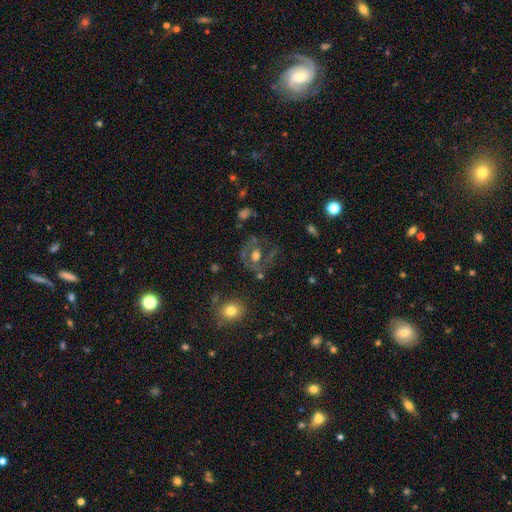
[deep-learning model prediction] This appears to be a featured or disk galaxy (54%) with no bar (78%), no spiral arms (71%) and a moderate central bulge (66%). Merging: none (60%).